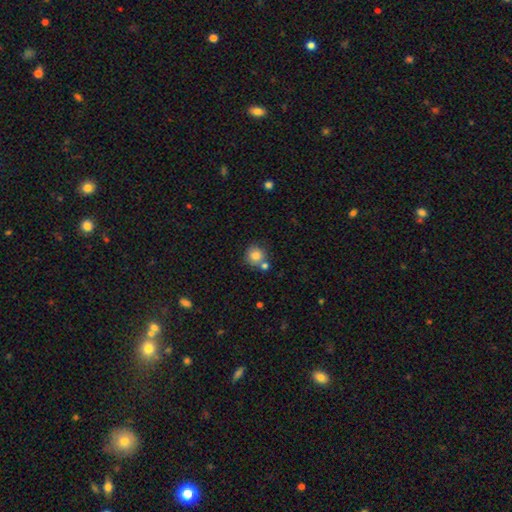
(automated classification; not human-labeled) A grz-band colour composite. It shows a smooth galaxy with no disk features (82%) that is round (91%). Merging: none (66%).